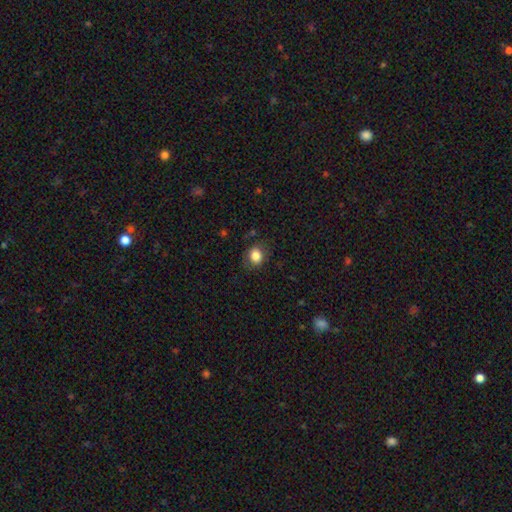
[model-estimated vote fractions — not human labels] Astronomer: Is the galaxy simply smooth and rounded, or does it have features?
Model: smooth — 83%.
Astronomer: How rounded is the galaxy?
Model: round — 57% (runner-up: in between, 42%).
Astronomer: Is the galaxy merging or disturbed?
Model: none — 78%.